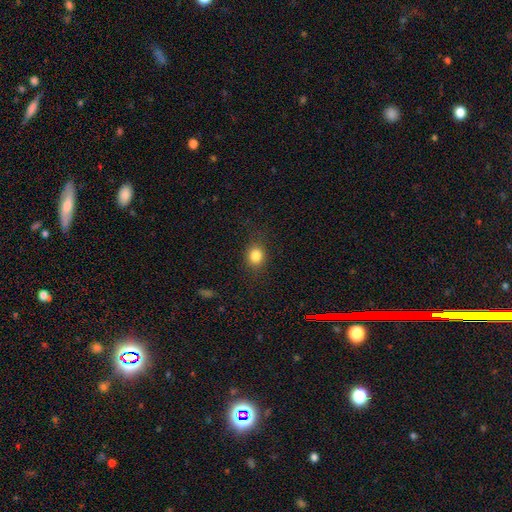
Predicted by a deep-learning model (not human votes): Morphology: type=smooth (83%); roundness=round (66%); merging=none (83%).